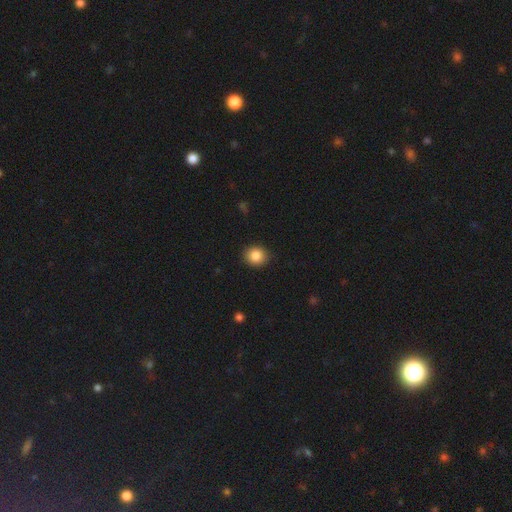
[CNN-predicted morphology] This is clearly a smooth galaxy (86%). How rounded: clearly round (81%). Merging: clearly none (89%).